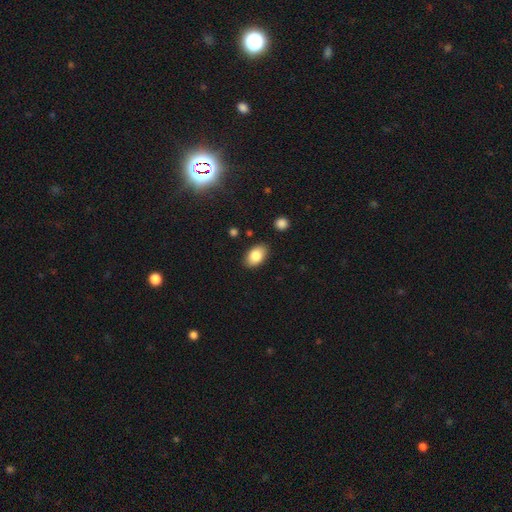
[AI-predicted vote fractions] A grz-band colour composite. It shows a smooth galaxy with no disk features (83%) that is in between round and cigar-shaped (89%). Merging: none (86%).